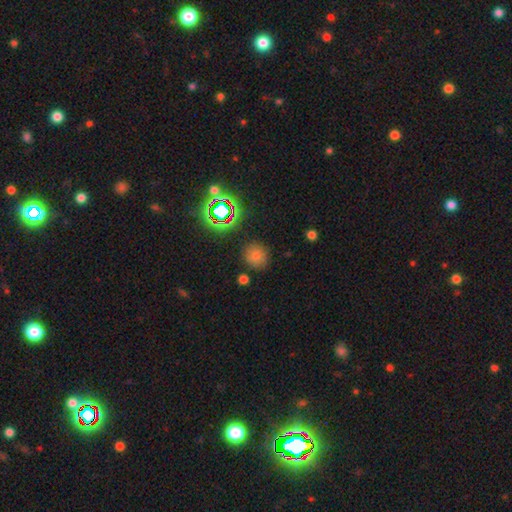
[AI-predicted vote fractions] The model was most divided on "smooth or featured": smooth: 73%, star or artifact: 19%, featured or disk: 8%. More confident: how rounded — round (88%); merging — none (84%).